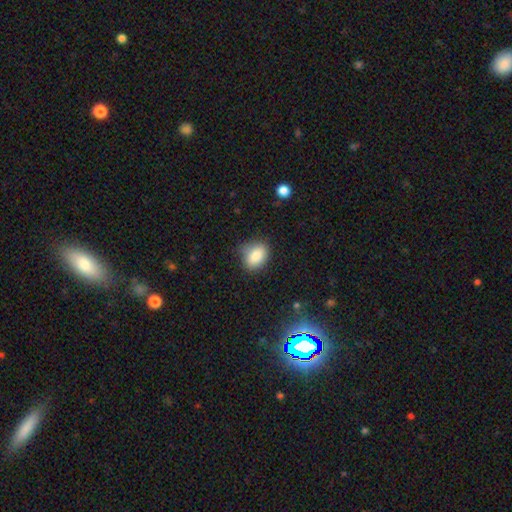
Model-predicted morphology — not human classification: smooth-or-featured: smooth: 86% | star or artifact: 8% | featured or disk: 6%
  how-rounded: in between: 75% | round: 24% | cigar-shaped: 1%
  merging: none: 72% | minor disturbance: 22% | major disturbance: 5% | merger: 2%